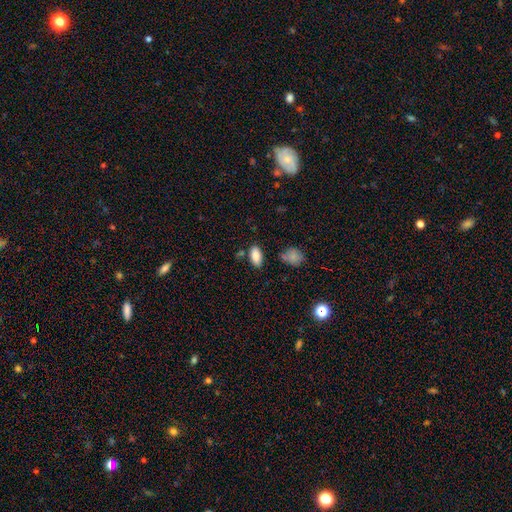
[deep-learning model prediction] This is clearly a smooth galaxy (86%). How rounded: clearly in between (92%). Merging: likely none (79%).